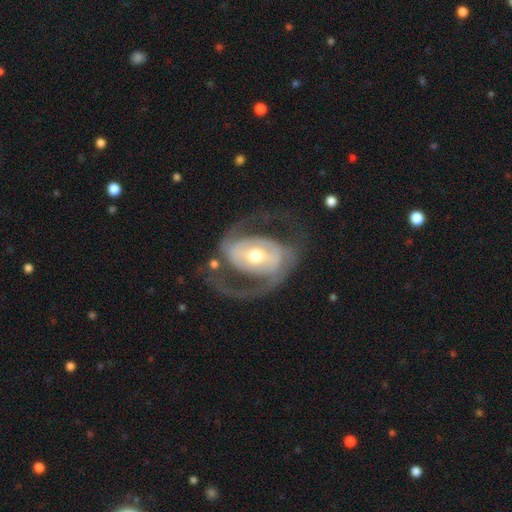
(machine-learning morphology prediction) Overall: featured or disk (87%). Edge-on disk: no (96%). Bar: strong (39%; weak 36%). Spiral arms: yes (90%). Spiral arm count: 2 (86%). Spiral winding: medium (51%; loose 27%). Bulge size: moderate (68%). Merging: none (61%; major disturbance 21%).